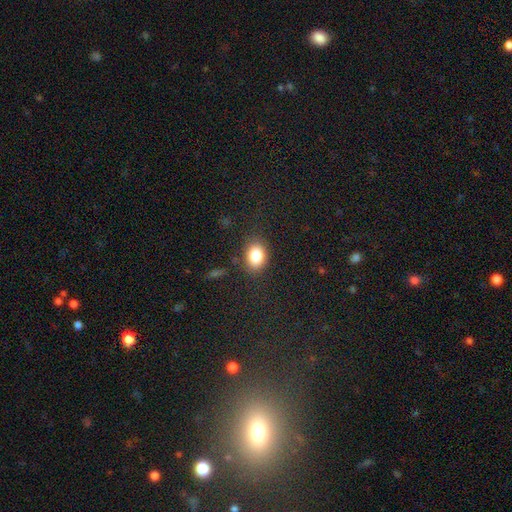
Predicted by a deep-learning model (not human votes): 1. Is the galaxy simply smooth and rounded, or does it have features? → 84% smooth, 9% star or artifact, 7% featured or disk.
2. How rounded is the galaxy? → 68% in between, 31% round, 1% cigar-shaped.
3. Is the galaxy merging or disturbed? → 82% none, 12% minor disturbance, 4% major disturbance, 2% merger.